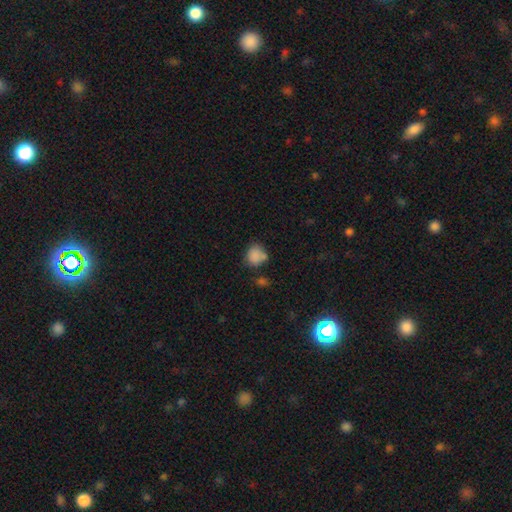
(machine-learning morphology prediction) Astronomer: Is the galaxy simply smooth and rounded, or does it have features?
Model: smooth — 82%.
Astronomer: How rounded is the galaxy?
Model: round — 71%.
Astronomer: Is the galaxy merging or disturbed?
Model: none — 55%.